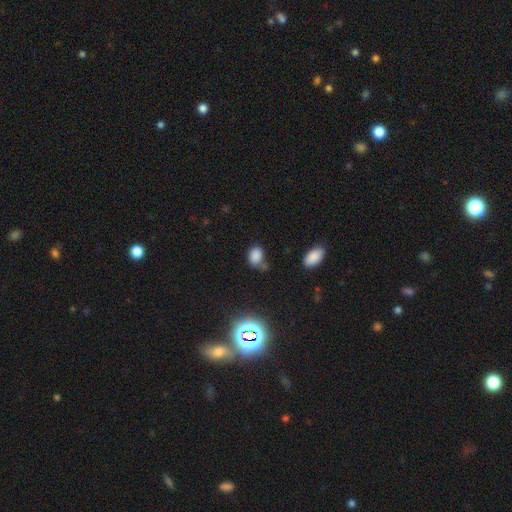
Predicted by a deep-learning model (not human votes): A smooth galaxy with no disk features (80%) that is in between round and cigar-shaped (70%).

Vote fractions:
- Smooth or featured? smooth: 80% / star or artifact: 15% / featured or disk: 5%
- How rounded? in between: 70% / round: 29% / cigar-shaped: 1%
- Merging? none: 54% / minor disturbance: 25% / merger: 12% / major disturbance: 9%